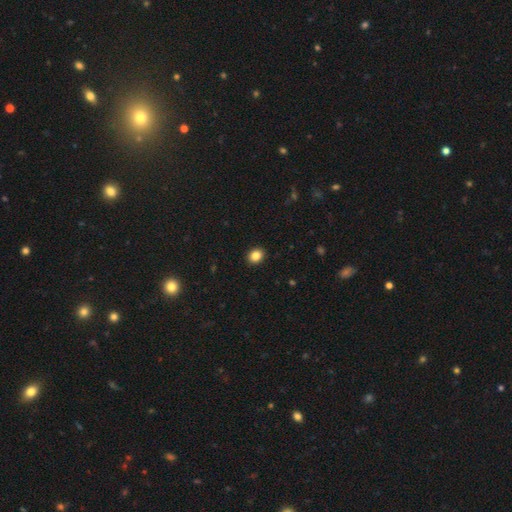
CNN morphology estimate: Smooth or featured: smooth — 86% (star or artifact — 10%)
How rounded: round — 61% (in between — 38%)
Merging: none — 92% (minor disturbance — 6%)